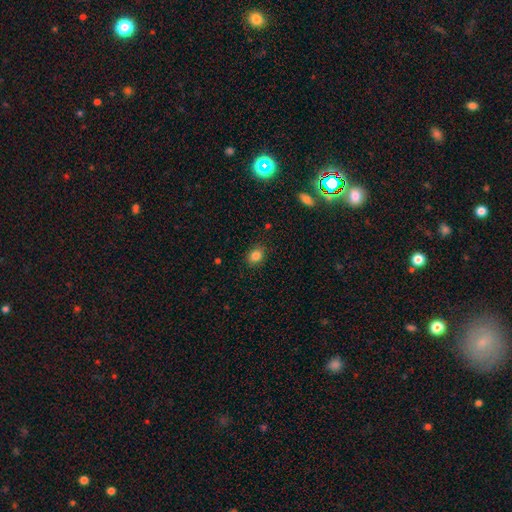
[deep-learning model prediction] The model was most divided on "how rounded": in between: 50%, round: 49%, cigar-shaped: 1%. More confident: merging — none (87%); smooth or featured — smooth (84%).